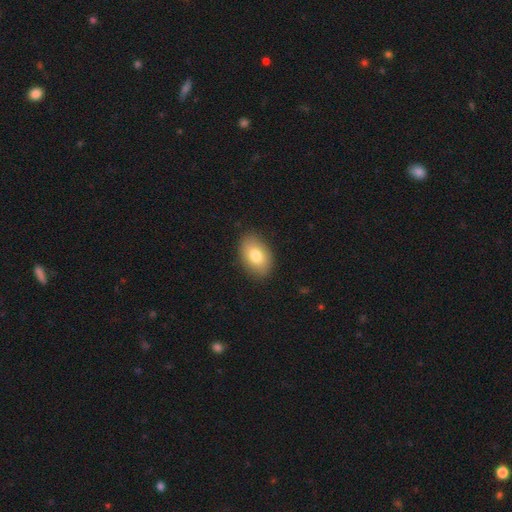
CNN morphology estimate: smooth 80%, featured or disk 13%, star or artifact 7%. Down the decision tree: how rounded — in between (89%); merging — none (87%).